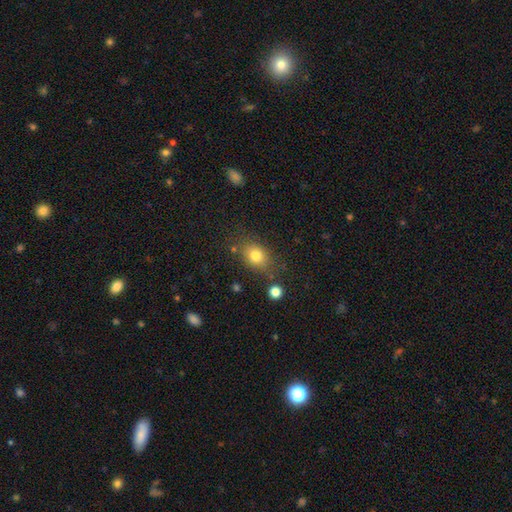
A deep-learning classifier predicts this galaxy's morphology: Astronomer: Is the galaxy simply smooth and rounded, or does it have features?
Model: smooth — 79%.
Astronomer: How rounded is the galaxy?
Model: in between — 57% (runner-up: round, 42%).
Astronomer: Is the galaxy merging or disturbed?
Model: none — 73%.